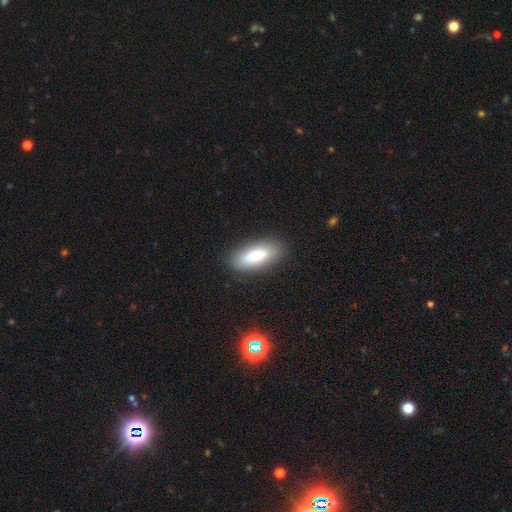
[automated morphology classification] smooth_or_featured: smooth (p=0.73) [alt: featured or disk p=0.20]
how_rounded: in between (p=0.75) [alt: cigar-shaped p=0.22]
merging: none (p=0.85) [alt: minor disturbance p=0.11]